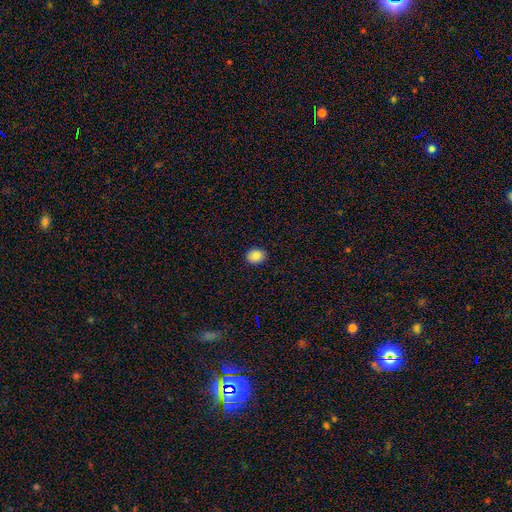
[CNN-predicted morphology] A smooth galaxy with no disk features (87%) that is round (58%). Merging: none (90%).